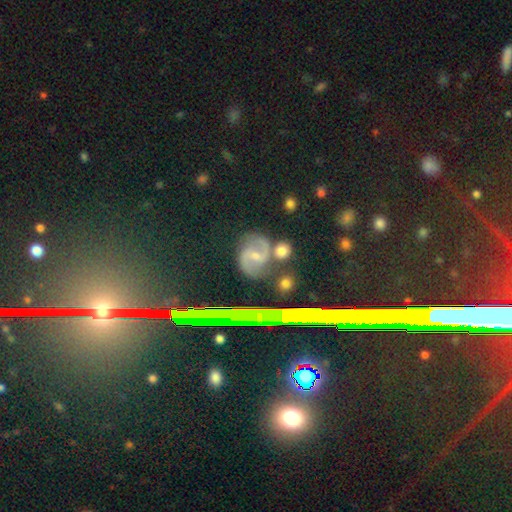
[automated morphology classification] Overall: featured or disk (64%). Edge-on disk: no (96%). Bar: weak (45%; no 33%). Spiral arms: yes (90%). Spiral arm count: 2 (91%). Spiral winding: medium (50%; loose 29%). Bulge size: small (53%; moderate 38%). Merging: none (69%).